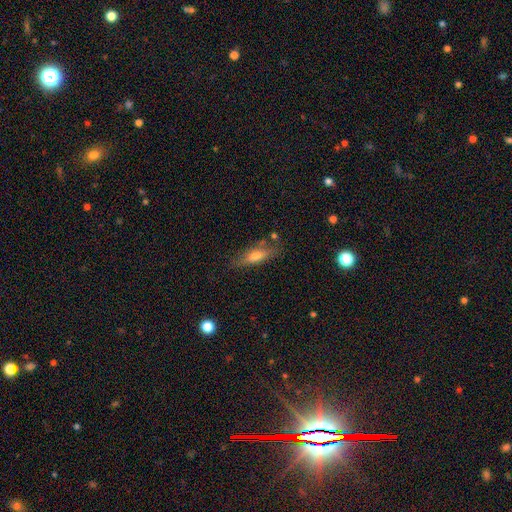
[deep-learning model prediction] The model was most divided on "smooth or featured": smooth: 52%, featured or disk: 39%, star or artifact: 10%. More confident: merging — none (74%); how rounded — cigar-shaped (57%).